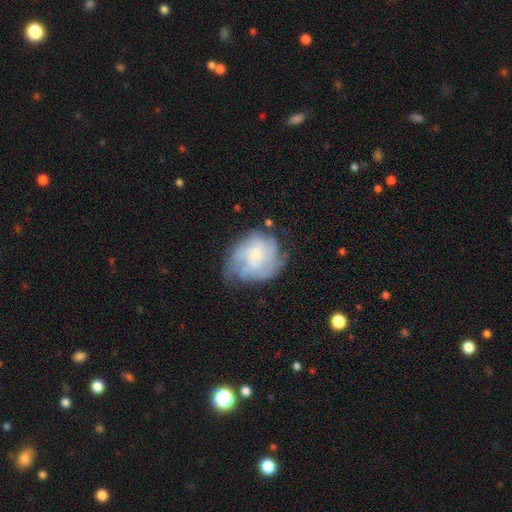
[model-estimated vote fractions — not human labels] Smooth or featured: featured or disk — 70% (smooth — 22%)
Edge-on disk: no — 98% (yes — 2%)
Bar: no — 72% (weak — 25%)
Spiral arms: yes — 88% (no — 12%)
Spiral winding: tight — 52% (medium — 34%)
Spiral arm count: can't tell — 43% (3 — 18%)
Bulge size: small — 55% (moderate — 25%)
Merging: none — 60% (minor disturbance — 24%)